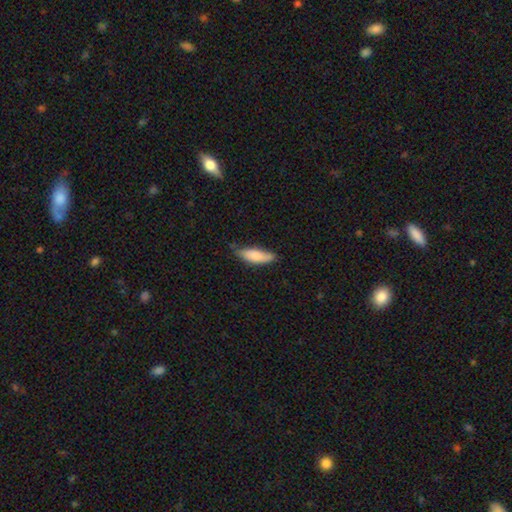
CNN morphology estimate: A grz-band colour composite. It shows a smooth galaxy with no disk features (83%) that is in between round and cigar-shaped (54%). Merging: none (62%).